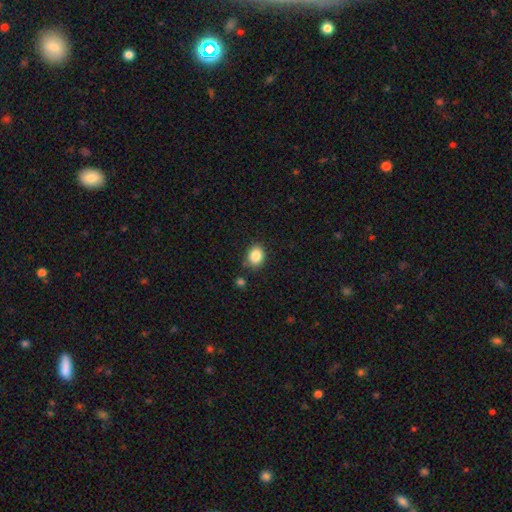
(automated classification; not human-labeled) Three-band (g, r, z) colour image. It shows a smooth galaxy with no disk features (85%) that is round (54%). Merging: none (82%).